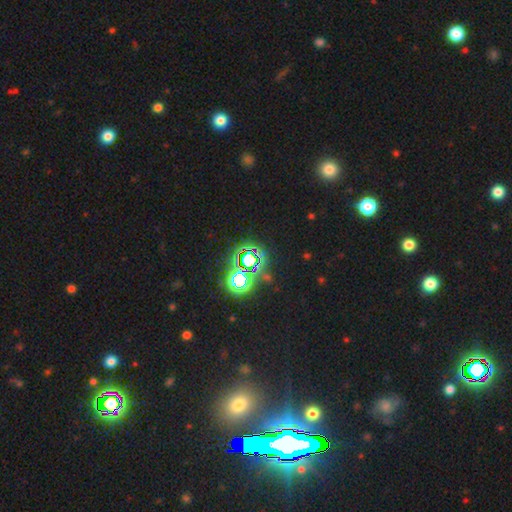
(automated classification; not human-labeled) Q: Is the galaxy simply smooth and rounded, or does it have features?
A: star or artifact — 74%.